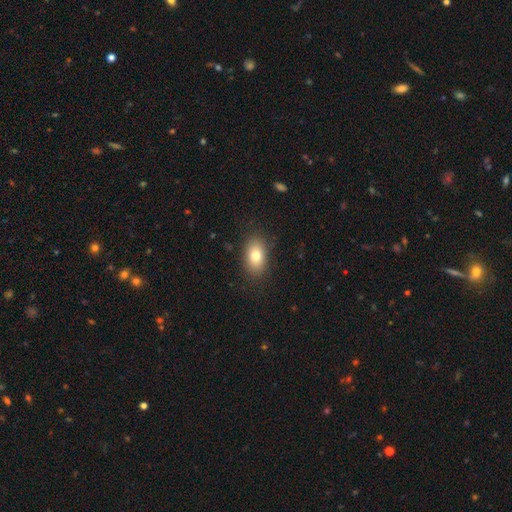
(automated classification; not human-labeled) Q: Smooth or featured?
A: smooth (79%); runner-up: featured or disk (13%)
Q: How rounded?
A: in between (86%); runner-up: round (12%)
Q: Merging?
A: none (86%); runner-up: minor disturbance (10%)